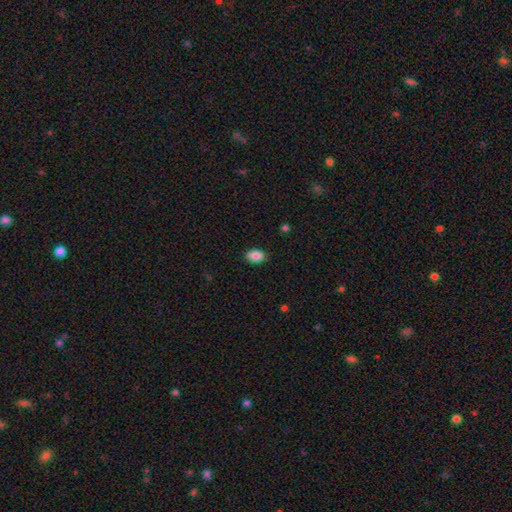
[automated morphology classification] The model was most divided on "merging": none: 87%, minor disturbance: 9%, major disturbance: 2%, merger: 1%. More confident: how rounded — in between (91%); smooth or featured — smooth (88%).